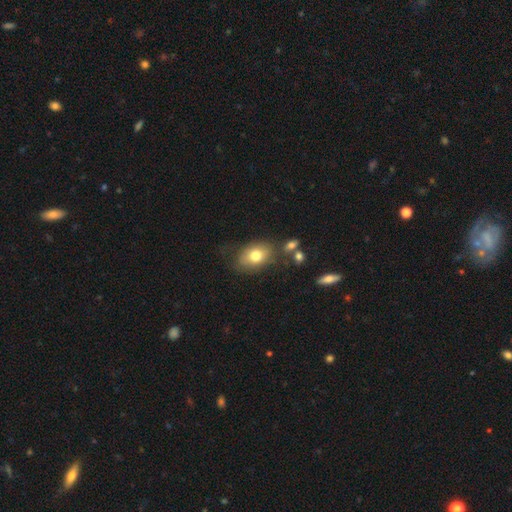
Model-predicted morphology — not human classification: Smooth or featured? smooth (77%)
How rounded? in between (80%)
Merging? none (67%)